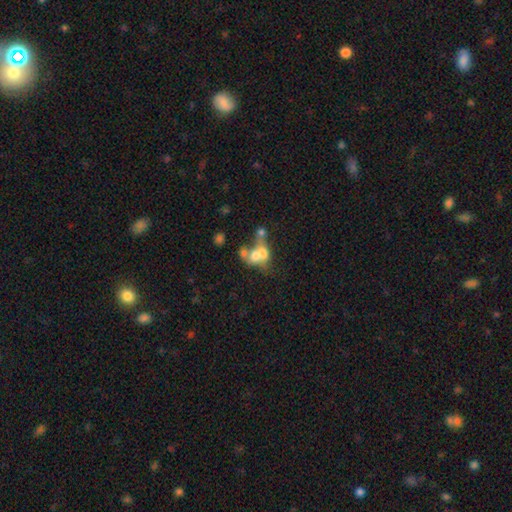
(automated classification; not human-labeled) Smooth or featured?
  - smooth: 52% *
  - featured or disk: 35%
  - star or artifact: 13%
How rounded?
  - in between: 53% *
  - round: 45%
  - cigar-shaped: 2%
Merging?
  - merger: 66% *
  - none: 17%
  - major disturbance: 10%
  - minor disturbance: 7%